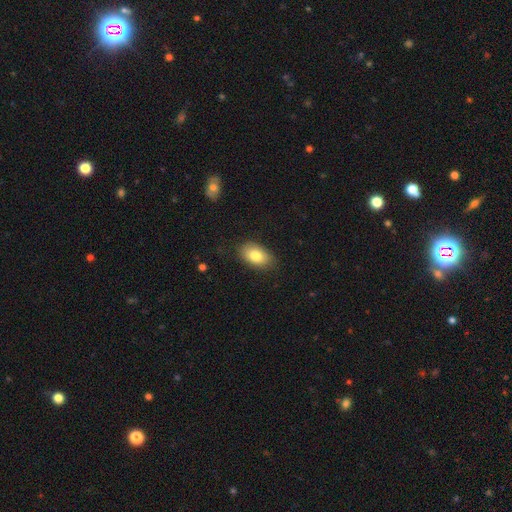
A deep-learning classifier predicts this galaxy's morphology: The model was most divided on "smooth or featured": smooth: 80%, featured or disk: 12%, star or artifact: 8%. More confident: how rounded — in between (90%); merging — none (83%).